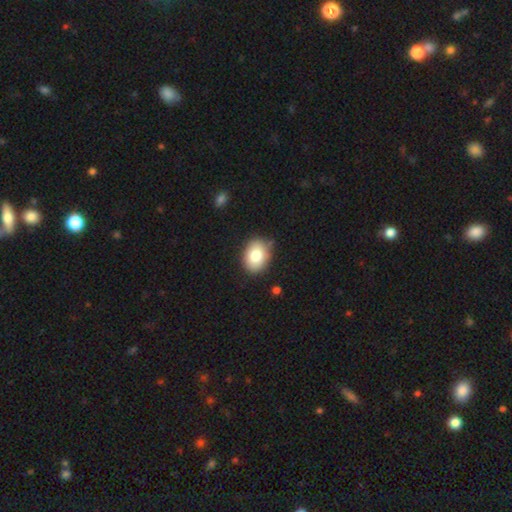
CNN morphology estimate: Smooth or featured?
  - smooth: 82% *
  - featured or disk: 10%
  - star or artifact: 8%
How rounded?
  - in between: 69% *
  - round: 30%
  - cigar-shaped: 1%
Merging?
  - none: 84% *
  - minor disturbance: 12%
  - major disturbance: 2%
  - merger: 2%